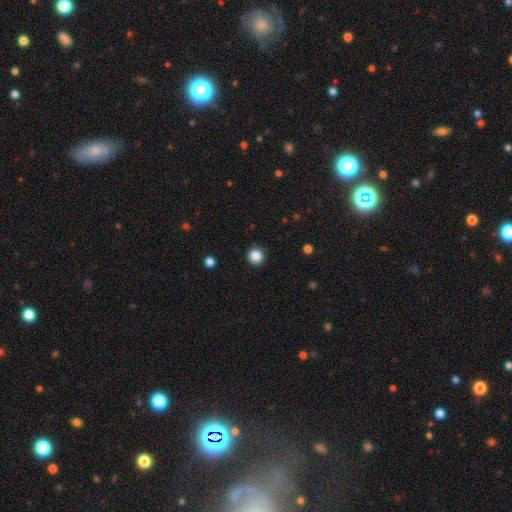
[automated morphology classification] The model was most divided on "smooth or featured": smooth: 86%, star or artifact: 11%, featured or disk: 3%. More confident: how rounded — round (95%); merging — none (92%).